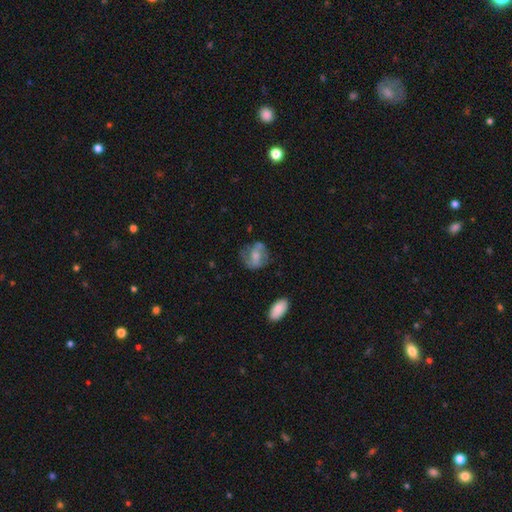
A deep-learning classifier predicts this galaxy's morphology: The model was most divided on "smooth or featured": featured or disk: 48%, smooth: 44%, star or artifact: 8%. More confident: merging — none (54%).